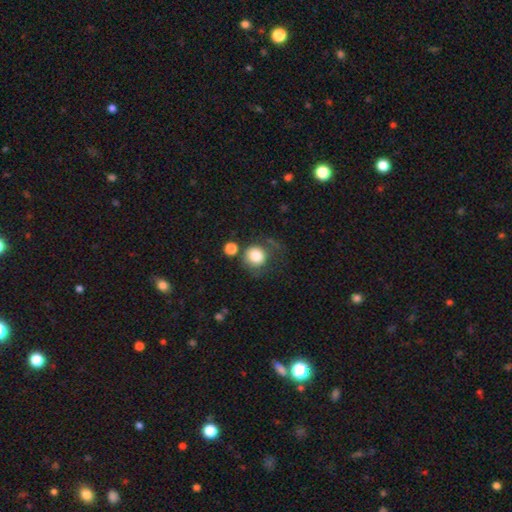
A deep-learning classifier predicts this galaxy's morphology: Smooth or featured: smooth — 81% (featured or disk — 10%)
How rounded: round — 90% (in between — 10%)
Merging: none — 54% (minor disturbance — 18%)